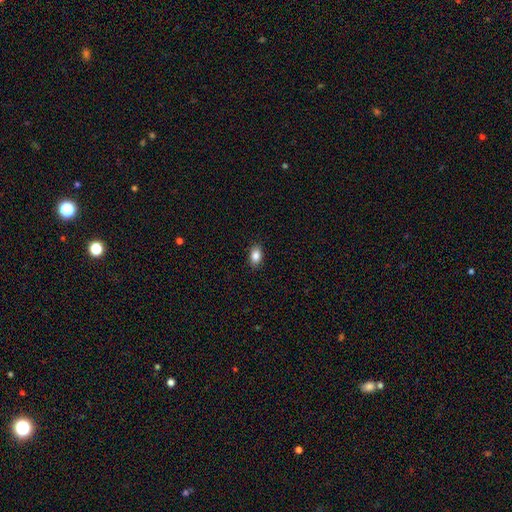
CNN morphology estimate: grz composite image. It shows a smooth galaxy with no disk features (86%) that is in between round and cigar-shaped (85%). Merging: none (89%).